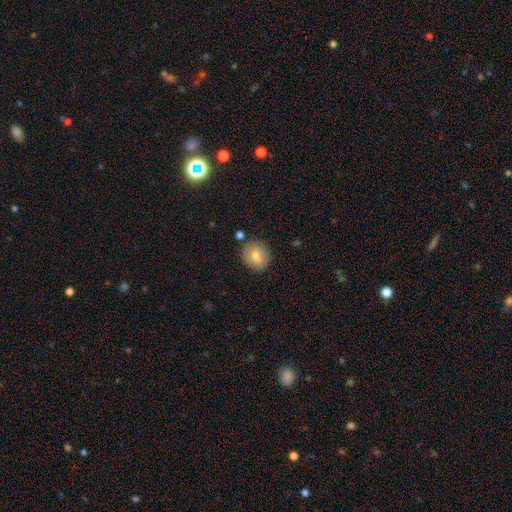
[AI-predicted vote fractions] This appears to be a smooth galaxy with no disk features (72%) that is round (80%). Merging: none (83%).